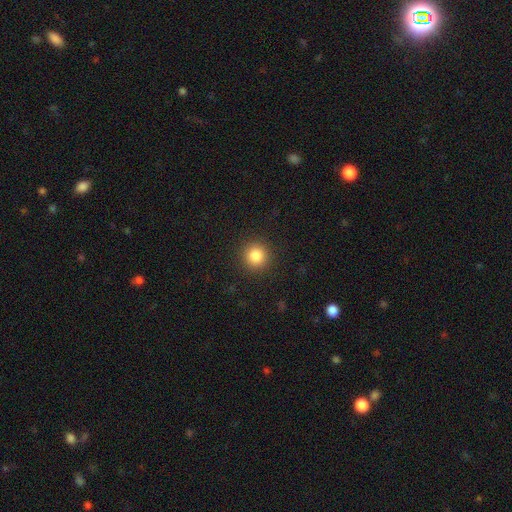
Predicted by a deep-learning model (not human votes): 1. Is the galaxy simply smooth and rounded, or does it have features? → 84% smooth, 11% star or artifact, 5% featured or disk.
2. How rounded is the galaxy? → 93% round, 6% in between, 1% cigar-shaped.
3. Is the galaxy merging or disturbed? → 91% none, 6% minor disturbance, 2% major disturbance, 1% merger.